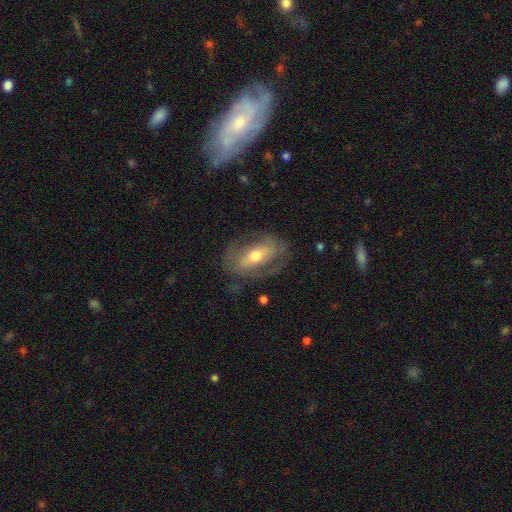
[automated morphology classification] Q: Smooth or featured?
A: featured or disk (68%); runner-up: smooth (26%)
Q: Edge-on disk?
A: no (85%); runner-up: yes (15%)
Q: Bar?
A: strong (52%); runner-up: weak (27%)
Q: Spiral arms?
A: yes (62%); runner-up: no (38%)
Q: Bulge size?
A: moderate (66%); runner-up: small (24%)
Q: Merging?
A: none (68%); runner-up: minor disturbance (18%)